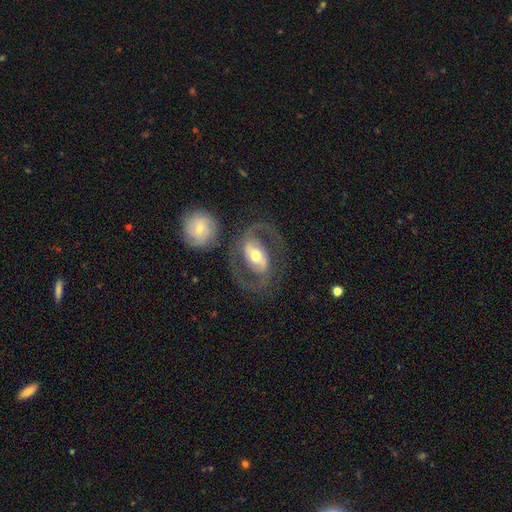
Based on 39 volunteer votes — Smooth or featured? featured or disk (82%)
Edge-on disk? no (97%)
Bar? strong (58%)
Spiral arms? yes (94%)
Spiral winding? medium (66%)
Spiral arm count? 2 (90%)
Bulge size? moderate (55%)
Merging? none (70%)